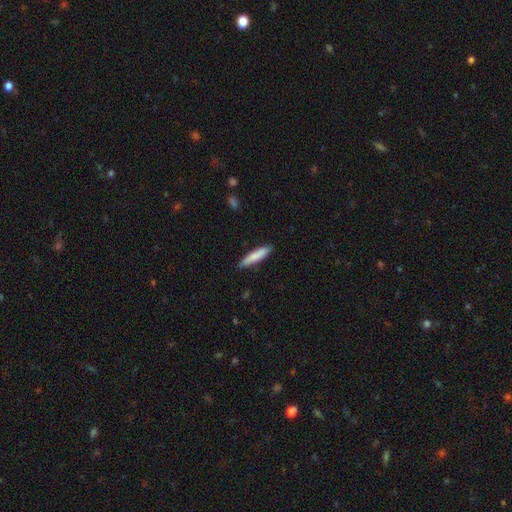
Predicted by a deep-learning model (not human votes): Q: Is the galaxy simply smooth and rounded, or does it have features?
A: smooth — 82%.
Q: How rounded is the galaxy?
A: cigar-shaped — 86%.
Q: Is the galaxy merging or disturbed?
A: none — 87%.